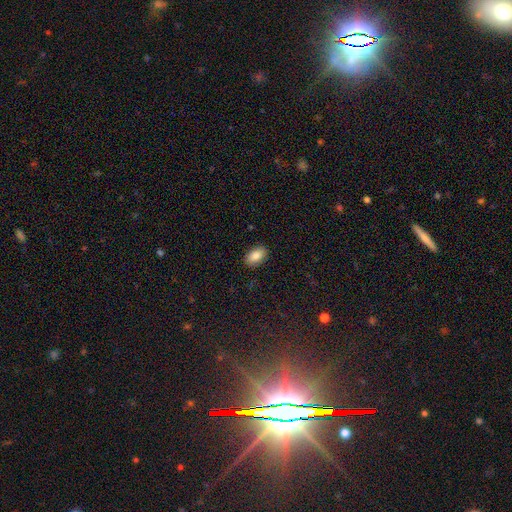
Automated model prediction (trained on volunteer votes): A smooth galaxy with no disk features (85%) that is in between round and cigar-shaped (92%).

Vote fractions:
- Smooth or featured? smooth: 85% / featured or disk: 8% / star or artifact: 8%
- How rounded? in between: 92% / round: 7% / cigar-shaped: 2%
- Merging? none: 89% / minor disturbance: 9% / major disturbance: 2% / merger: 1%